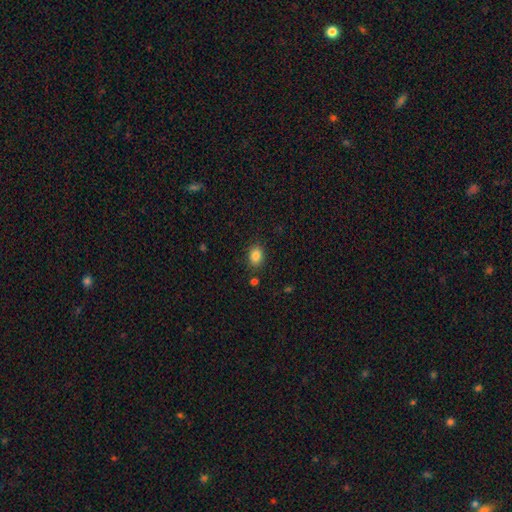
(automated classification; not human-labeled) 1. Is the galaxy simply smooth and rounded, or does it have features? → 86% smooth, 10% star or artifact, 5% featured or disk.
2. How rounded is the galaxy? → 66% in between, 33% round, 1% cigar-shaped.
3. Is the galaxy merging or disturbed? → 84% none, 11% minor disturbance, 3% major disturbance, 3% merger.